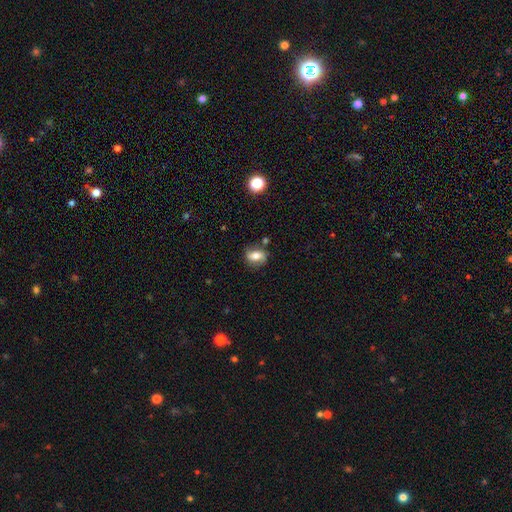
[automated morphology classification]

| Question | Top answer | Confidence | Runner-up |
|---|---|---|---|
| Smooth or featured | smooth | 52% | featured or disk (37%) |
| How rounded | in between | 59% | round (38%) |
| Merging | none | 73% | minor disturbance (18%) |